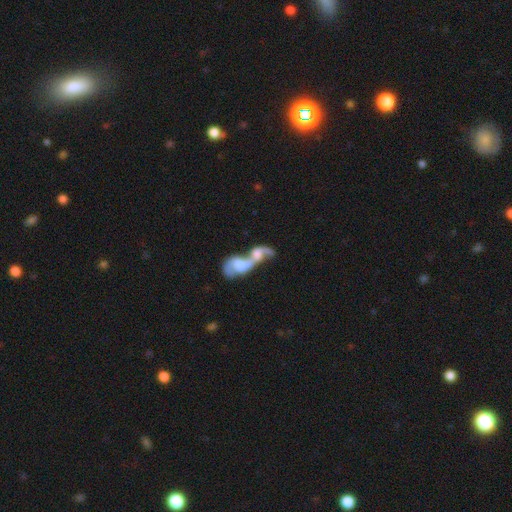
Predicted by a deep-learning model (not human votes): Morphology: type=featured or disk (63%); edge-on=no (94%); bar=no (60%); spiral arms=yes (73%); bulge=moderate (39%); merging=merger (85%).